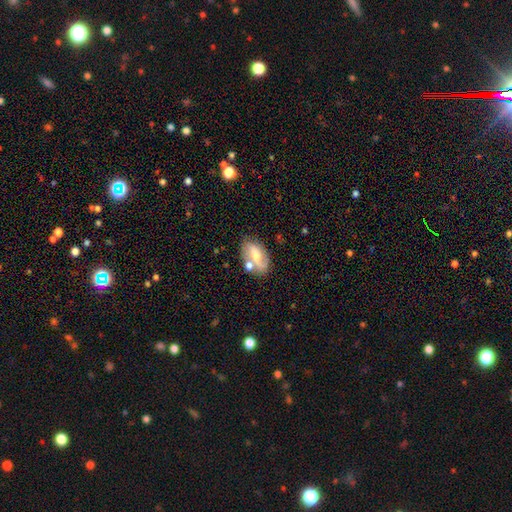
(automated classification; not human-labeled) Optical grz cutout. It shows a featured or disk galaxy (57%) with a weak bar (40%), spiral arms (73%) and a moderate central bulge (59%). Merging: none (60%).